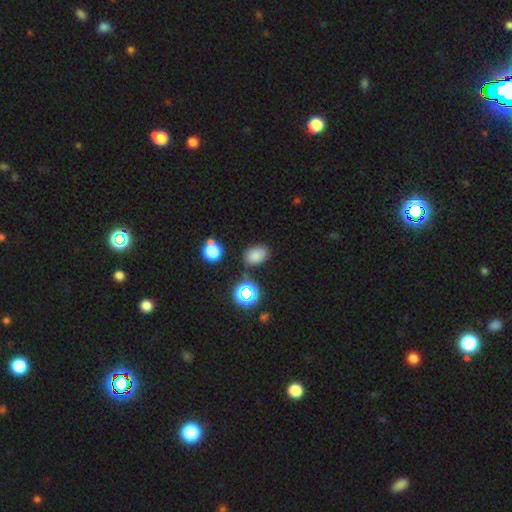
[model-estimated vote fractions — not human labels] smooth_or_featured: smooth (p=0.76) [alt: star or artifact p=0.18]
how_rounded: in between (p=0.79) [alt: round p=0.20]
merging: none (p=0.79) [alt: minor disturbance p=0.13]